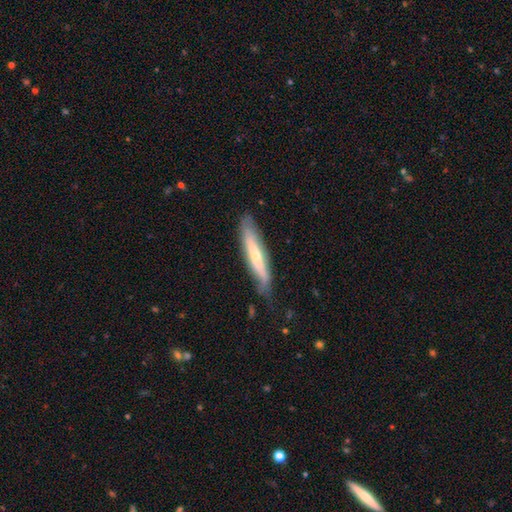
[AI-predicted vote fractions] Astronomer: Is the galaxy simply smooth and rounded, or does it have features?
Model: featured or disk — 48% (runner-up: smooth, 46%).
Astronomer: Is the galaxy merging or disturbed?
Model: none — 70%.